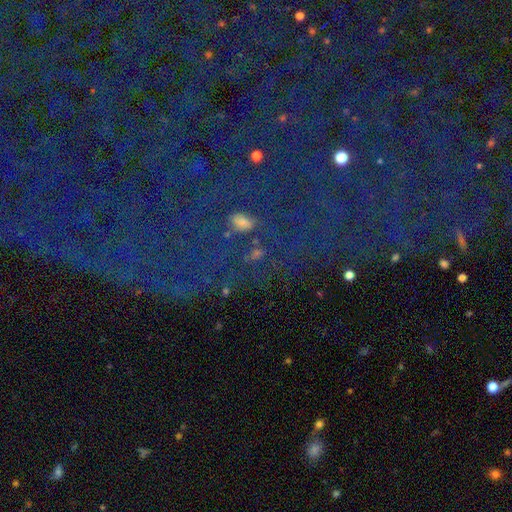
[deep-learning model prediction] smooth_or_featured: star or artifact (p=0.81) [alt: featured or disk p=0.10]